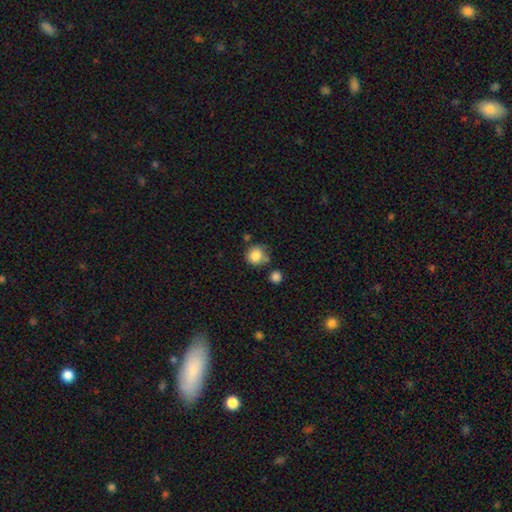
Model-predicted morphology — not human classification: A smooth galaxy with no disk features (84%) that is round (88%). Merging: none (64%).